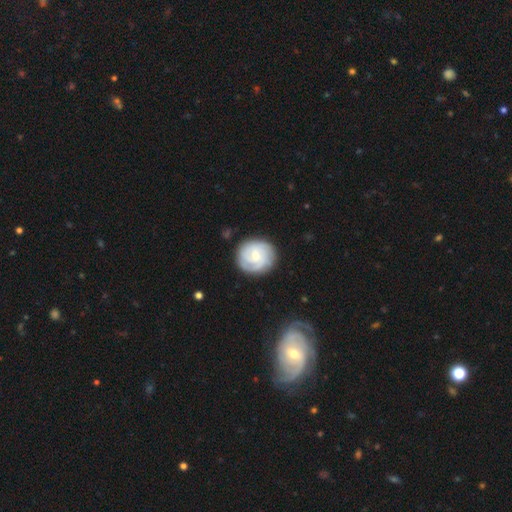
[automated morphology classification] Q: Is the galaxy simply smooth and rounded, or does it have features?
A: featured or disk — 67%.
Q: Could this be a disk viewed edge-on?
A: no — 98%.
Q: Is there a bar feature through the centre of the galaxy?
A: no — 57%.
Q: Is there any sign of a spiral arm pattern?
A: yes — 92%.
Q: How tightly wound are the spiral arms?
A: tight — 62%.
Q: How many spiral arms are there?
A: can't tell — 30%, tied with 3.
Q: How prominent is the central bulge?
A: small — 50%.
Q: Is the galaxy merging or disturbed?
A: none — 83%.